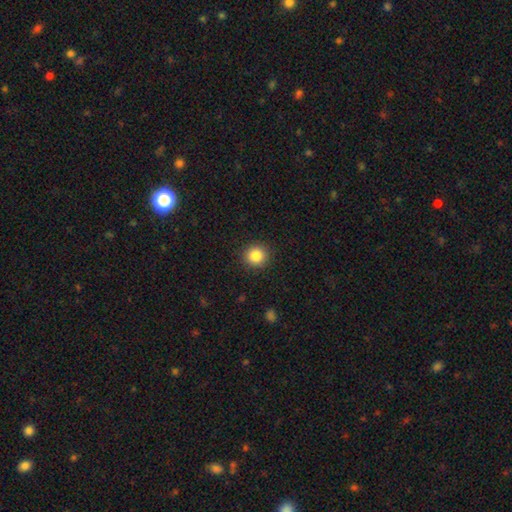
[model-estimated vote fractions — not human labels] Overall: smooth (85%). How rounded: round (93%). Merging: none (91%).